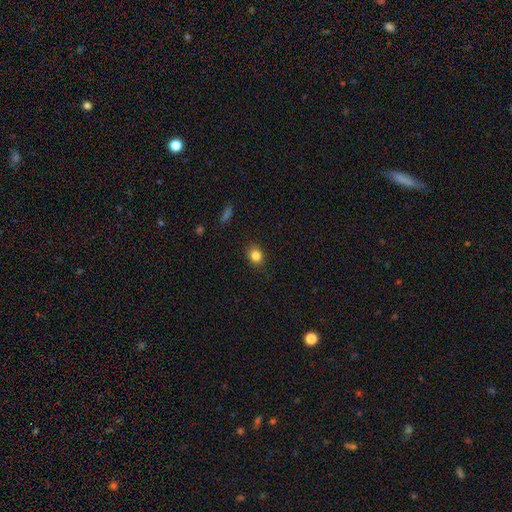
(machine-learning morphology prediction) This appears to be a smooth galaxy with no disk features (83%) that is round (62%). Merging: none (88%).